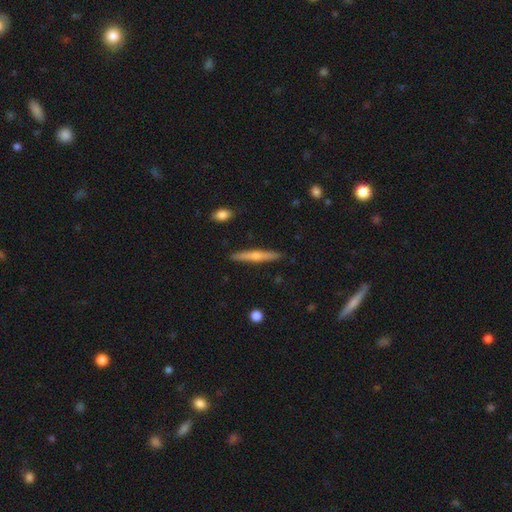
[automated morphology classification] smooth_or_featured: featured or disk (p=0.56) [alt: smooth p=0.38]
disk_edge_on: yes (p=0.96) [alt: no p=0.04]
edge_on_bulge: rounded (p=0.81) [alt: none p=0.15]
merging: none (p=0.90) [alt: minor disturbance p=0.07]